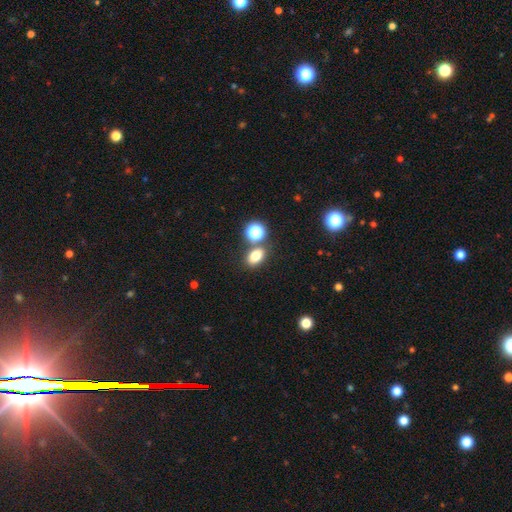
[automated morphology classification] smooth-or-featured: smooth: 76% | star or artifact: 15% | featured or disk: 9%
  how-rounded: in between: 71% | round: 27% | cigar-shaped: 2%
  merging: none: 70% | merger: 16% | minor disturbance: 10% | major disturbance: 3%